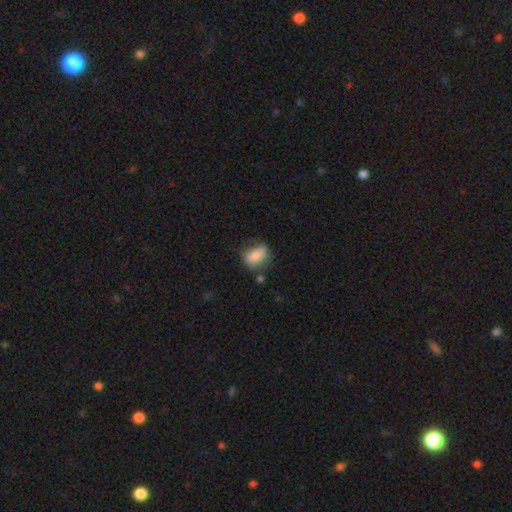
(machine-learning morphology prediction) The model was most divided on "merging": none: 53%, minor disturbance: 30%, major disturbance: 11%, merger: 6%. More confident: smooth or featured — smooth (74%); how rounded — in between (73%).